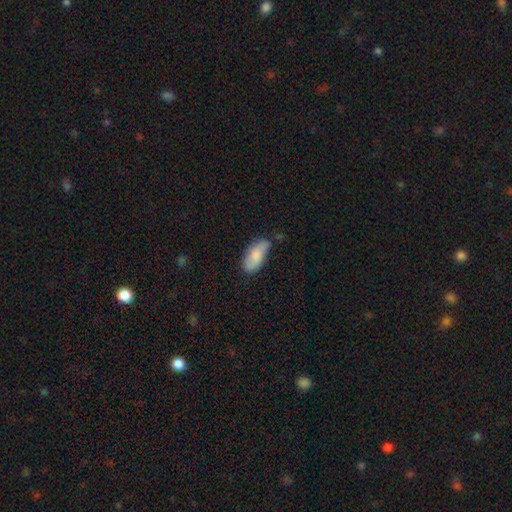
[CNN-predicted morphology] Smooth or featured?
  - smooth: 72% *
  - featured or disk: 21%
  - star or artifact: 7%
How rounded?
  - in between: 89% *
  - cigar-shaped: 9%
  - round: 2%
Merging?
  - none: 58% *
  - minor disturbance: 31%
  - major disturbance: 7%
  - merger: 4%